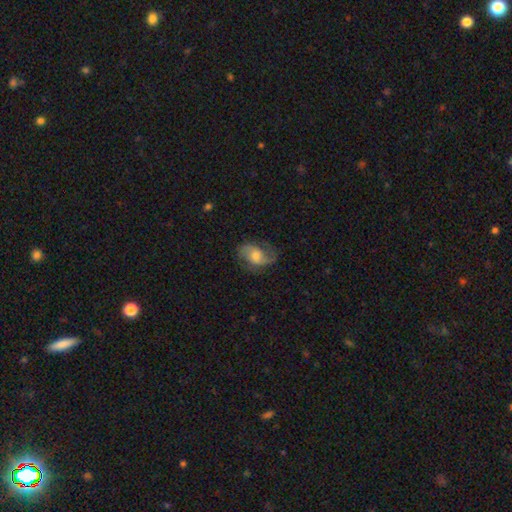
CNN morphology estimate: smooth-or-featured: featured or disk: 63% | smooth: 30% | star or artifact: 8%
  disk-edge-on: no: 96% | yes: 4%
    bar: no: 62% | weak: 31% | strong: 7%
    has-spiral-arms: yes: 88% | no: 12%
      spiral-winding: medium: 42% (tied) | loose: 42% (tied) | tight: 16%
      spiral-arm-count: 2: 76% | can't tell: 10% | 1: 8% | 3: 4% | 4: 1% | more than 4: 1%
    bulge-size: moderate: 56% | small: 29% | large: 10% | none: 3% | dominant: 1%
  merging: none: 62% | minor disturbance: 23% | major disturbance: 14% | merger: 1%